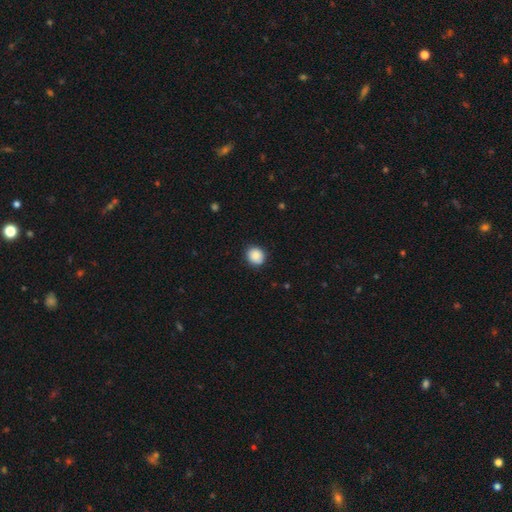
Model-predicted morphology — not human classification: smooth 88%, star or artifact 8%, featured or disk 4%. Down the decision tree: how rounded — round (83%); merging — none (87%).